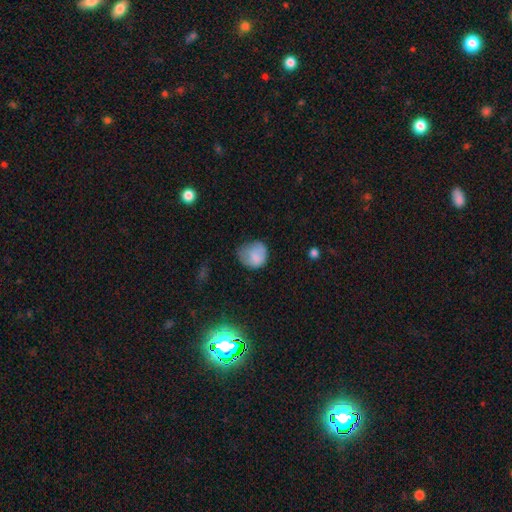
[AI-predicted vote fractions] This appears to be a smooth galaxy with no disk features (79%) that is round (74%). Merging: none (48%).